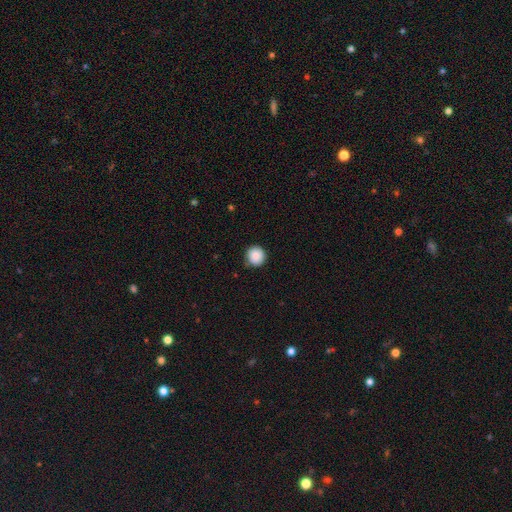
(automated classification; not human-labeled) Smooth or featured: smooth — 88% (star or artifact — 8%)
How rounded: round — 95% (in between — 5%)
Merging: none — 88% (minor disturbance — 9%)